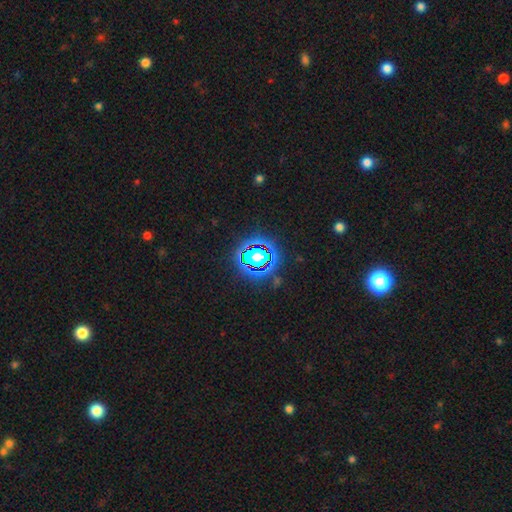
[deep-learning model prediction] Overall: star or artifact (62%; smooth 24%).